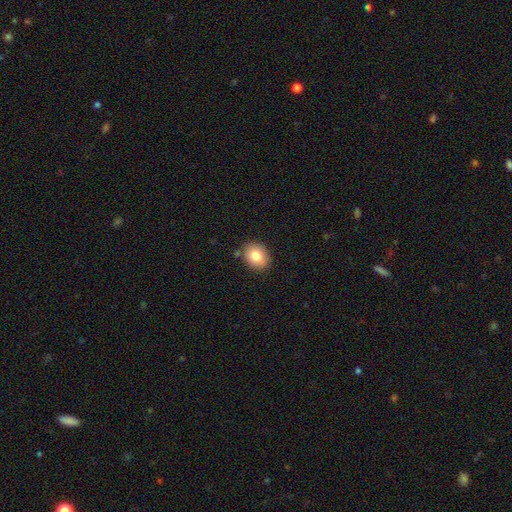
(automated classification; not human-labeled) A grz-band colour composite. It shows a smooth galaxy with no disk features (80%) that is round (50%). Merging: none (84%).